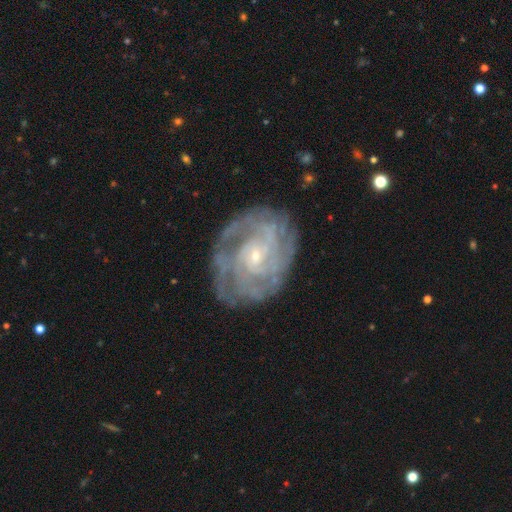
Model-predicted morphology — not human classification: smooth-or-featured: featured or disk: 85% | smooth: 9% | star or artifact: 6%
  disk-edge-on: no: 97% | yes: 3%
    bar: no: 67% | weak: 27% | strong: 7%
    has-spiral-arms: yes: 94% | no: 6%
      spiral-winding: tight: 69% | medium: 25% | loose: 6%
      spiral-arm-count: can't tell: 37% | 2: 17% | 3: 17% | 4: 15% | more than 4: 8% | 1: 6%
    bulge-size: small: 79% | moderate: 17% | none: 2% | large: 1% | dominant: 1%
  merging: none: 76% | minor disturbance: 16% | major disturbance: 7% | merger: 1%